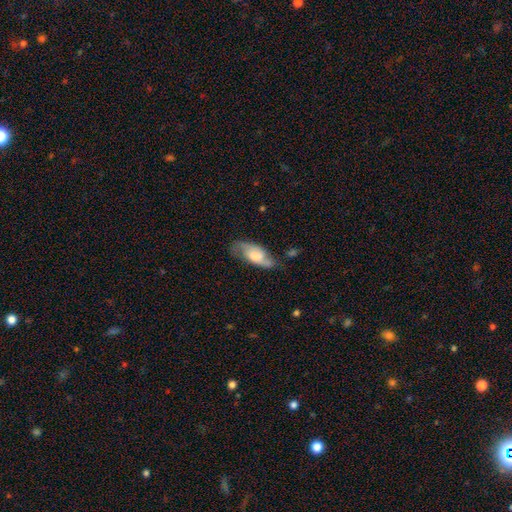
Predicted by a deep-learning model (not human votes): Morphology: type=featured or disk (60%); edge-on=no (89%); bar=no (51%); spiral arms=yes (88%); bulge=moderate (41%); merging=none (64%).